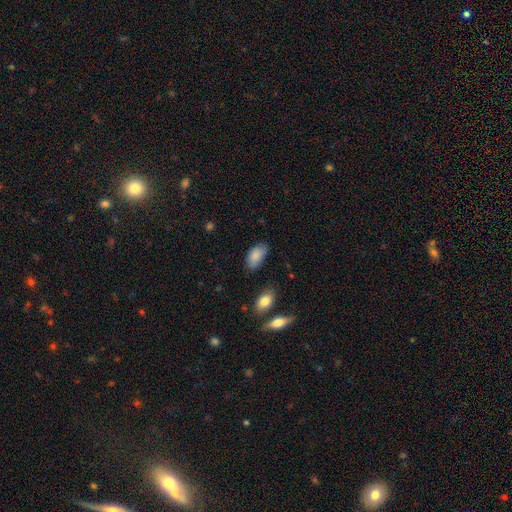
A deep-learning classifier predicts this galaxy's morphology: Smooth or featured? smooth (87%)
How rounded? in between (94%)
Merging? none (74%)